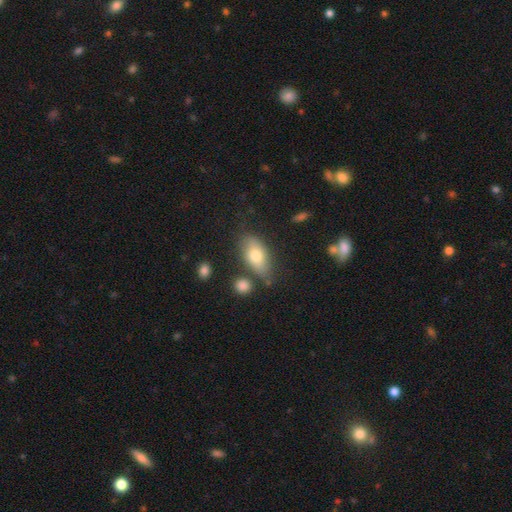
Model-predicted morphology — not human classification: smooth_or_featured: smooth (p=0.72) [alt: featured or disk p=0.21]
how_rounded: in between (p=0.88) [alt: cigar-shaped p=0.08]
merging: none (p=0.71) [alt: minor disturbance p=0.18]